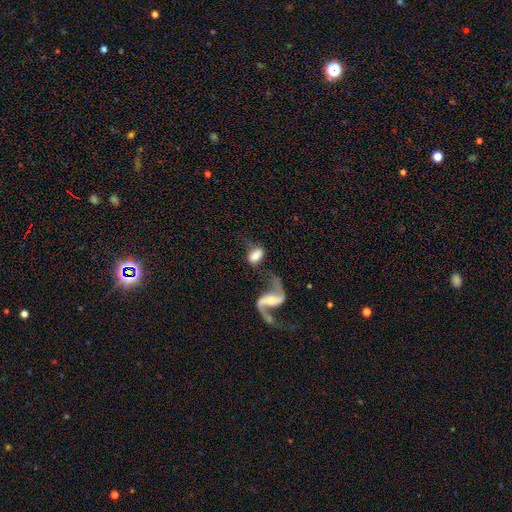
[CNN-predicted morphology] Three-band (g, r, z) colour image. It shows a smooth galaxy with no disk features (53%) that is in between round and cigar-shaped (87%). Merging: none (41%).